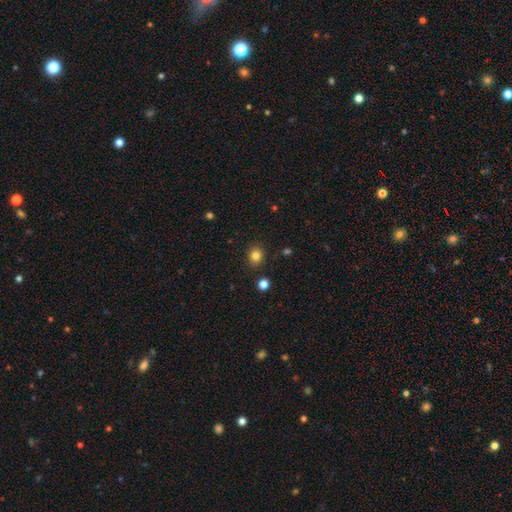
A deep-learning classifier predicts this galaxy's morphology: Smooth or featured? Predicted: smooth (p=0.83). How rounded? Predicted: round (p=0.68). Merging? Predicted: none (p=0.87).